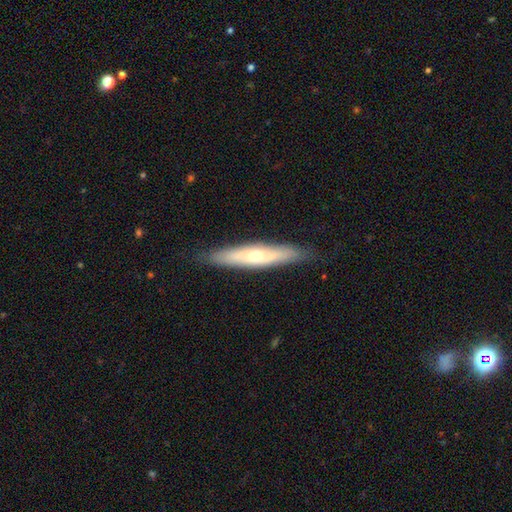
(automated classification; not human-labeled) A featured or disk galaxy (53%) viewed edge-on (74%). Merging: none (85%).